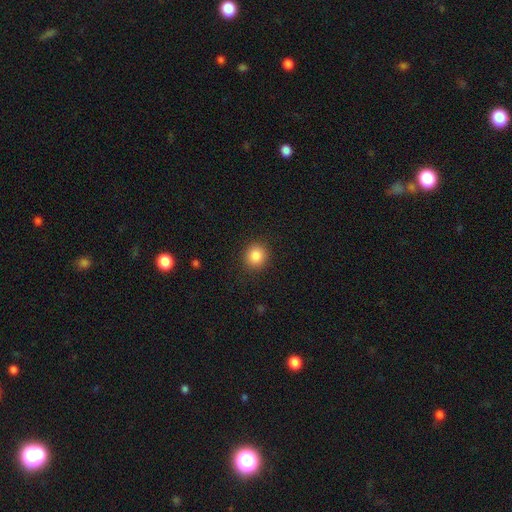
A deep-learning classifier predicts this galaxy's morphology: Smooth or featured?
  - smooth: 86% *
  - star or artifact: 10%
  - featured or disk: 4%
How rounded?
  - round: 86% *
  - in between: 13%
  - cigar-shaped: 1%
Merging?
  - none: 90% *
  - minor disturbance: 6%
  - major disturbance: 2%
  - merger: 1%